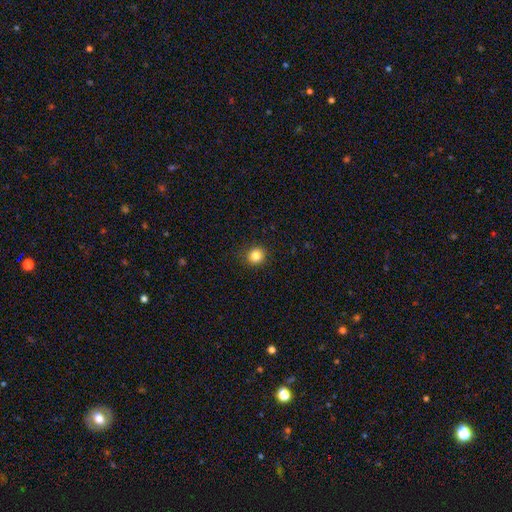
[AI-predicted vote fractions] Smooth or featured: smooth — 84% (star or artifact — 12%)
How rounded: round — 91% (in between — 8%)
Merging: none — 90% (minor disturbance — 7%)